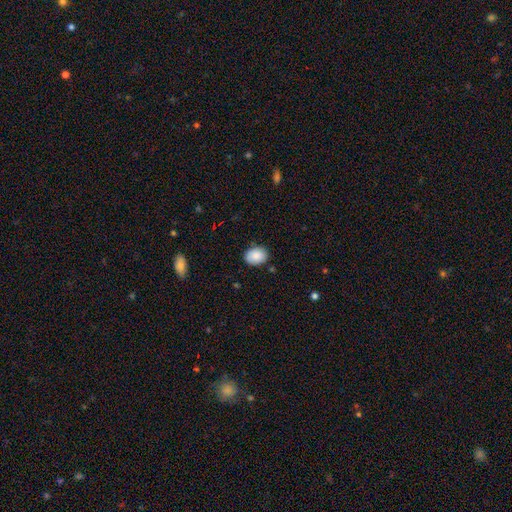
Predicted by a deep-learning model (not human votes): This appears to be a smooth galaxy with no disk features (88%) that is in between round and cigar-shaped (63%). Merging: none (84%).